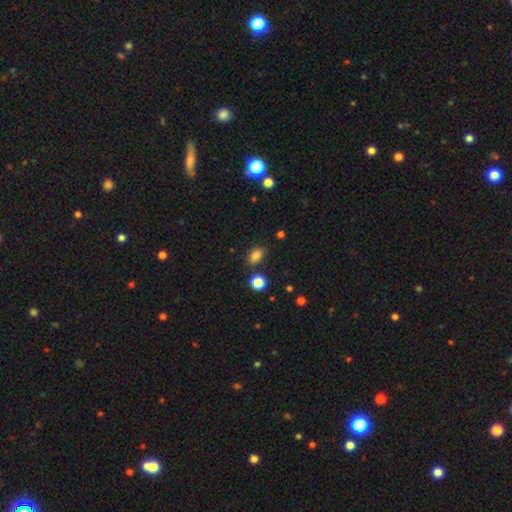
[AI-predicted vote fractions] smooth-or-featured: smooth: 82% | star or artifact: 13% | featured or disk: 5%
  how-rounded: in between: 76% | round: 22% | cigar-shaped: 1%
  merging: none: 78% | minor disturbance: 14% | merger: 5% | major disturbance: 4%